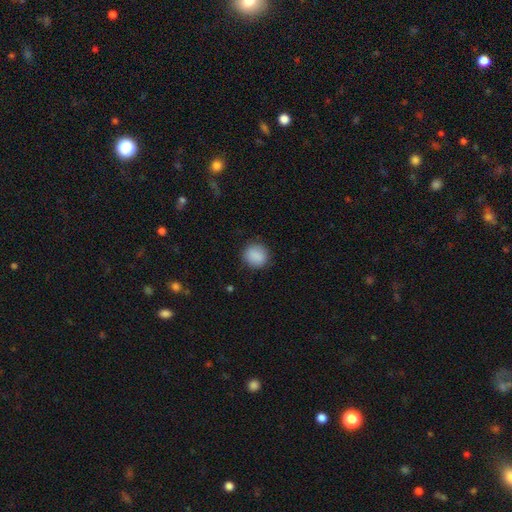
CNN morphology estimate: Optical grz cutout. It shows a smooth galaxy with no disk features (88%) that is round (83%). Merging: none (87%).